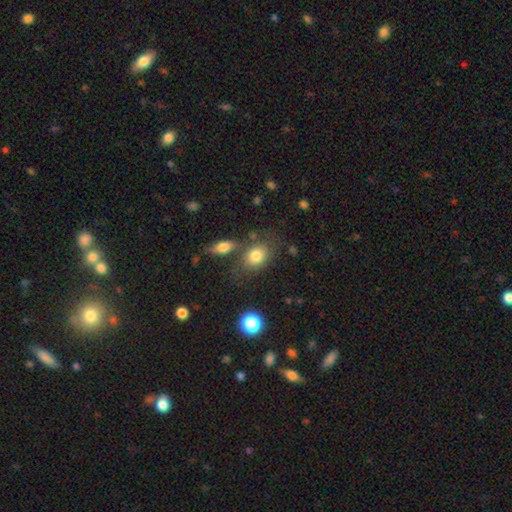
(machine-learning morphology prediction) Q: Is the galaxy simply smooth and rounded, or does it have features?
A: smooth — 78%.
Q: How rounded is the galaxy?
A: in between — 62%.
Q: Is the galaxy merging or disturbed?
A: none — 61%.